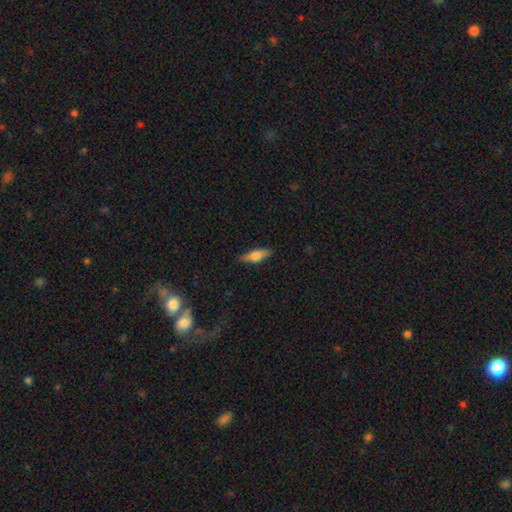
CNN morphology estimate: A smooth galaxy with no disk features (59%) that is in between round and cigar-shaped (53%).

Vote fractions:
- Smooth or featured? smooth: 59% / featured or disk: 34% / star or artifact: 6%
- How rounded? in between: 53% / cigar-shaped: 44% / round: 3%
- Merging? none: 86% / minor disturbance: 10% / major disturbance: 2% / merger: 1%